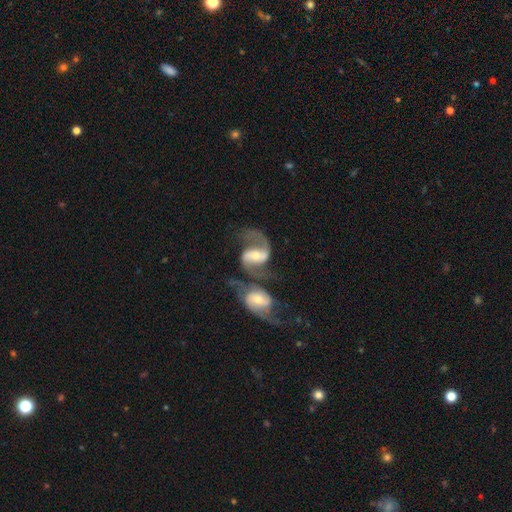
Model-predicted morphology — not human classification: A featured or disk galaxy (88%) with a strong bar (47%), 2 (90%) medium (47%) spiral arms (96%) and a moderate central bulge (50%).

Vote fractions:
- Smooth or featured? featured or disk: 88% / smooth: 7% / star or artifact: 5%
- Edge-on disk? no: 97% / yes: 3%
- Bar? strong: 47% / weak: 37% / no: 16%
- Spiral arms? yes: 96% / no: 4%
- Spiral winding? medium: 47% / loose: 43% / tight: 9%
- Spiral arm count? 2: 90% / 1: 4% / can't tell: 3% / 3: 1% / 4: 1% / more than 4: 1%
- Bulge size? moderate: 50% / small: 40% / large: 6% / none: 3% / dominant: 1%
- Merging? merger: 59% / none: 25% / major disturbance: 8% / minor disturbance: 8%